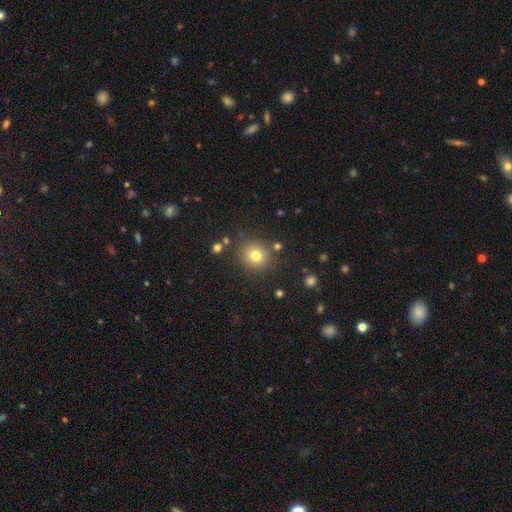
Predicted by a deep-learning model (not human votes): smooth_or_featured: smooth (p=0.79) [alt: star or artifact p=0.13]
how_rounded: round (p=0.85) [alt: in between p=0.14]
merging: none (p=0.82) [alt: minor disturbance p=0.10]